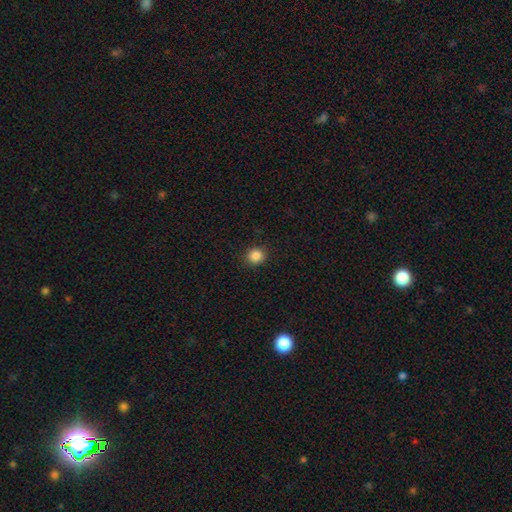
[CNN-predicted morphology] This is clearly a smooth galaxy (86%). How rounded: clearly round (86%). Merging: clearly none (91%).